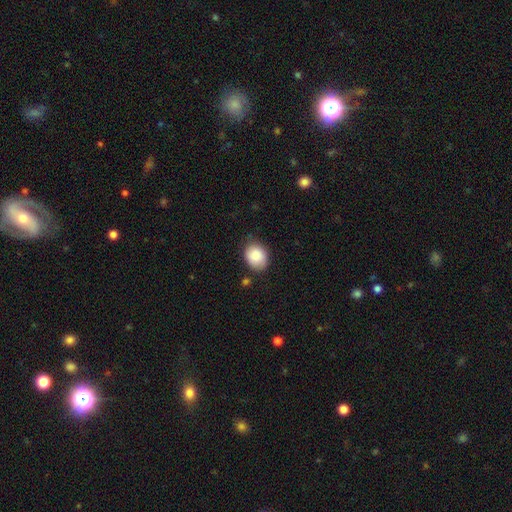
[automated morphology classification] smooth 88%, star or artifact 7%, featured or disk 5%. Down the decision tree: how rounded — in between (50%); merging — none (74%).